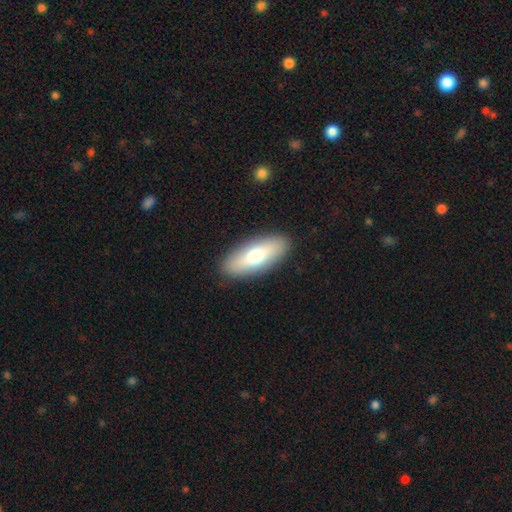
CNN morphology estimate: A smooth galaxy with no disk features (68%) that is in between round and cigar-shaped (76%). Merging: none (90%).